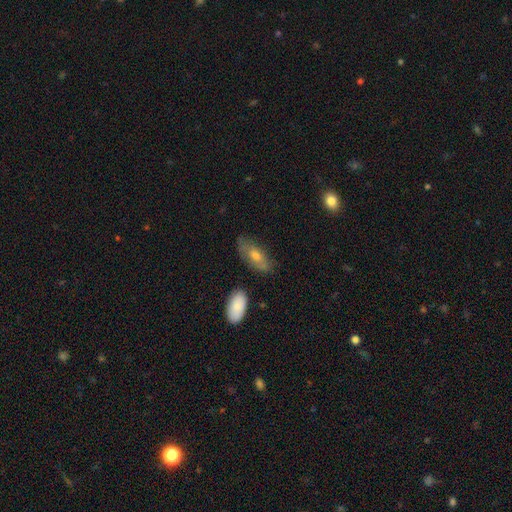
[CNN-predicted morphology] This is possibly a smooth galaxy (57%). How rounded: clearly in between (81%). Merging: likely none (71%).